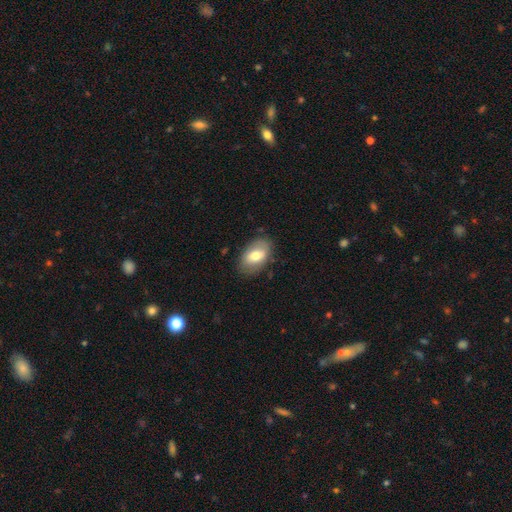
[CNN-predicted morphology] smooth_or_featured: smooth (p=0.68) [alt: featured or disk p=0.26]
how_rounded: in between (p=0.91) [alt: round p=0.08]
merging: none (p=0.80) [alt: minor disturbance p=0.15]